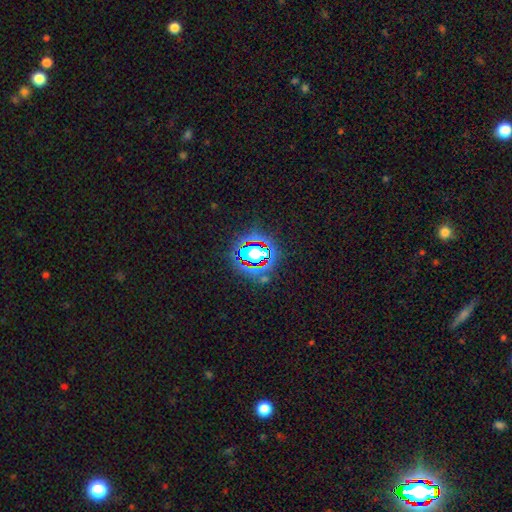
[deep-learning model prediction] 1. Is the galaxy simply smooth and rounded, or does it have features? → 61% star or artifact, 25% smooth, 13% featured or disk.